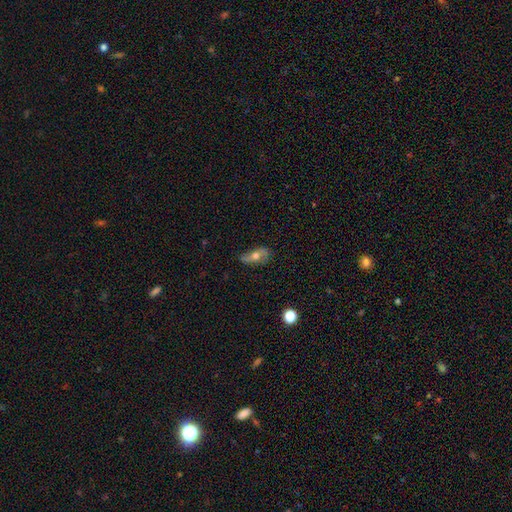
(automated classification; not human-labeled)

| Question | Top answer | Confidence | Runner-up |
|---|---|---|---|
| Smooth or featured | featured or disk | 52% | smooth (39%) |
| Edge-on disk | no | 80% | yes (20%) |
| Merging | none | 70% | minor disturbance (21%) |